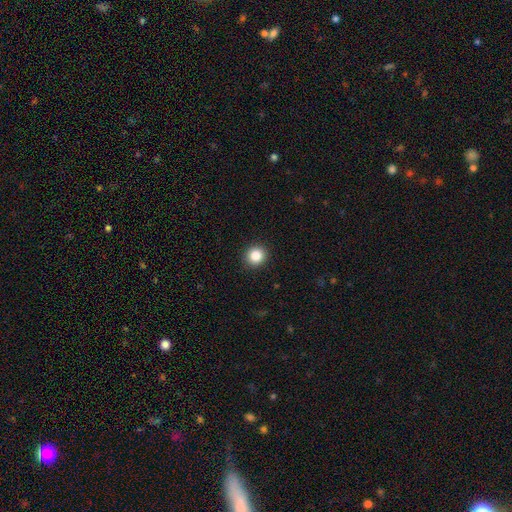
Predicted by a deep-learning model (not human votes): This appears to be a smooth galaxy with no disk features (86%) that is round (90%). Merging: none (92%).